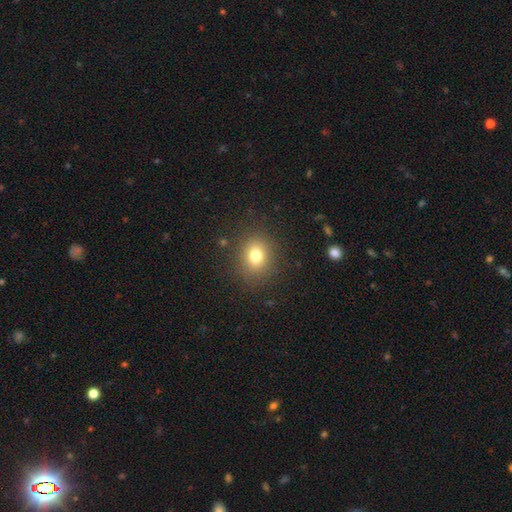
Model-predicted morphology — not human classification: smooth-or-featured: smooth: 77% | star or artifact: 14% | featured or disk: 9%
  how-rounded: round: 67% | in between: 32% | cigar-shaped: 1%
  merging: none: 86% | minor disturbance: 9% | major disturbance: 4% | merger: 1%